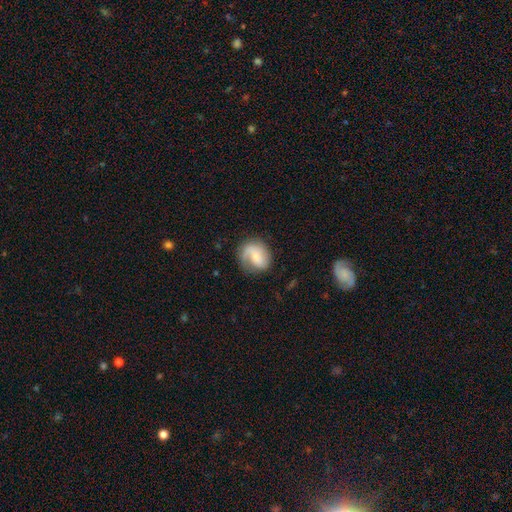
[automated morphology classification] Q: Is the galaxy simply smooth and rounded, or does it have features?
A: featured or disk — 57%.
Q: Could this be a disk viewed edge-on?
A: no — 97%.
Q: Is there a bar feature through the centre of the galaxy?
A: no — 51%.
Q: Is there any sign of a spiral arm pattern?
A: yes — 88%.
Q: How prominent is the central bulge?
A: small — 54%.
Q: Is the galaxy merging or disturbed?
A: none — 65%.